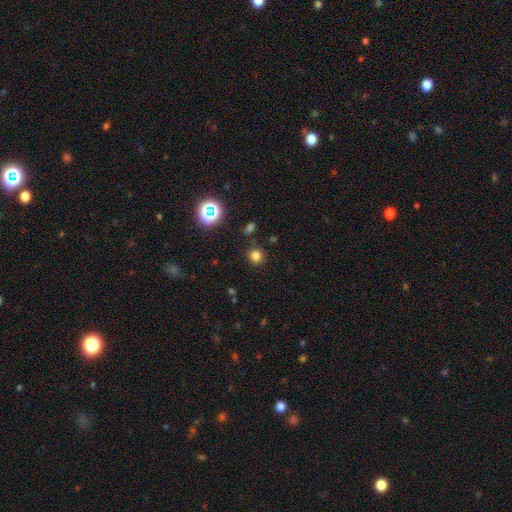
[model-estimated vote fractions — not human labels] Q: Smooth or featured?
A: smooth (77%); runner-up: star or artifact (18%)
Q: How rounded?
A: round (91%); runner-up: in between (8%)
Q: Merging?
A: none (85%); runner-up: minor disturbance (8%)